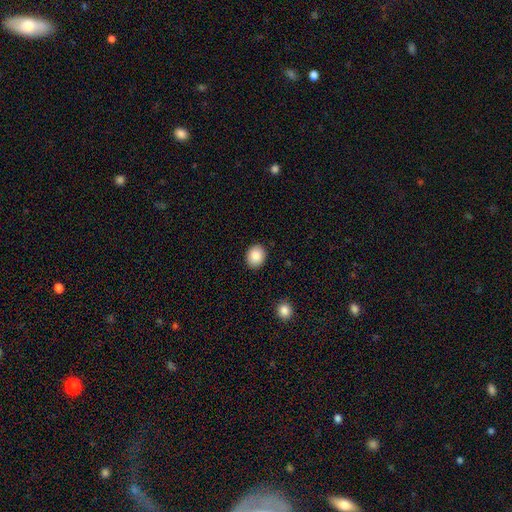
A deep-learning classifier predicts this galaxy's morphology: type=smooth (88%); roundness=round (57%); merging=none (90%).